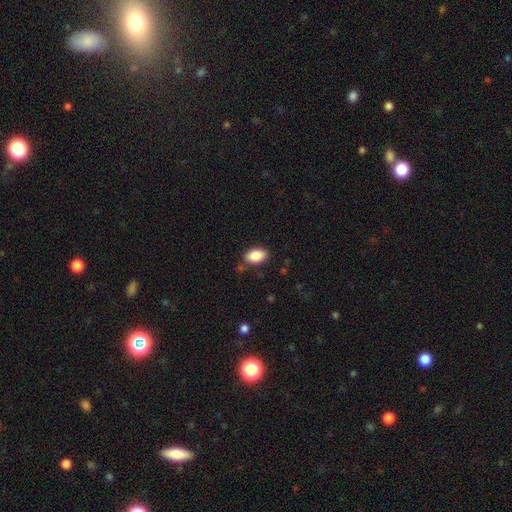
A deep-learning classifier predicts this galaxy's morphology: Smooth or featured?
  - smooth: 87% *
  - star or artifact: 7%
  - featured or disk: 5%
How rounded?
  - in between: 92% *
  - round: 7%
  - cigar-shaped: 2%
Merging?
  - none: 82% *
  - minor disturbance: 13%
  - major disturbance: 3%
  - merger: 3%